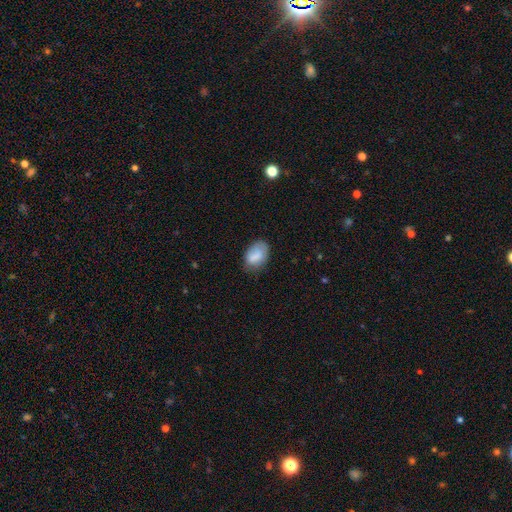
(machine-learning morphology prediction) This is clearly a smooth galaxy (82%). How rounded: clearly in between (88%). Merging: likely none (66%).